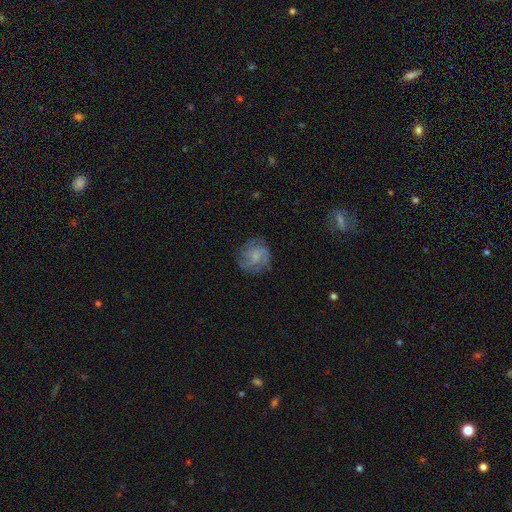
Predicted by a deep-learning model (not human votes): A featured or disk galaxy (48%). Merging: none (76%).